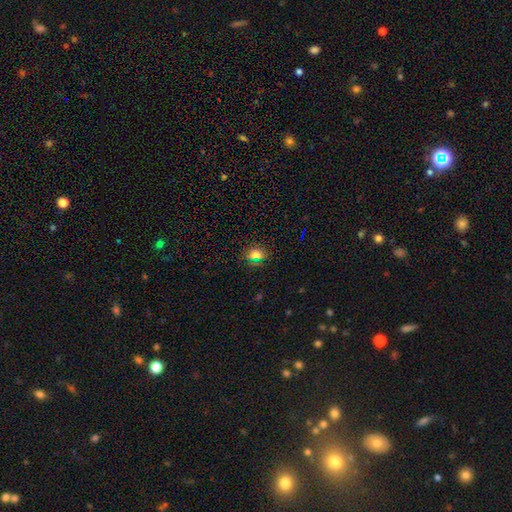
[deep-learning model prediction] A smooth galaxy with no disk features (66%) that is round (71%). Merging: none (87%).